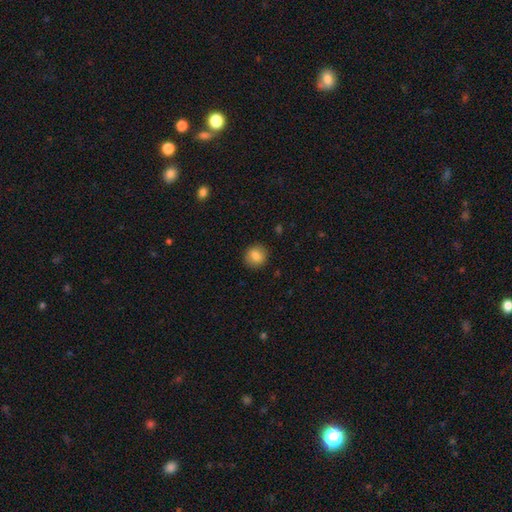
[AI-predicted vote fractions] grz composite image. It shows a smooth galaxy with no disk features (83%) that is round (89%). Merging: none (90%).